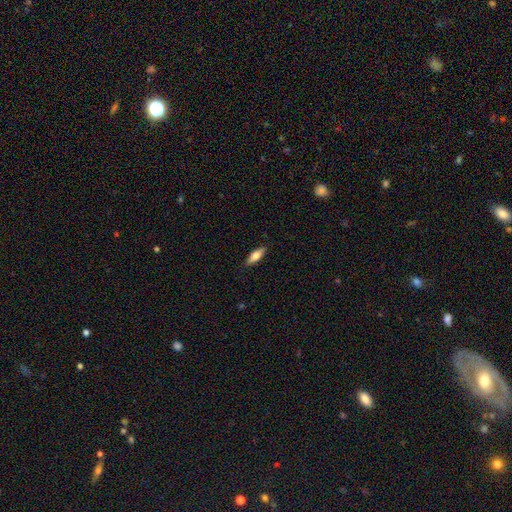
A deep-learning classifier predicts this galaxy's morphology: Overall: smooth (68%). How rounded: in between (57%; cigar-shaped 41%). Merging: none (86%).